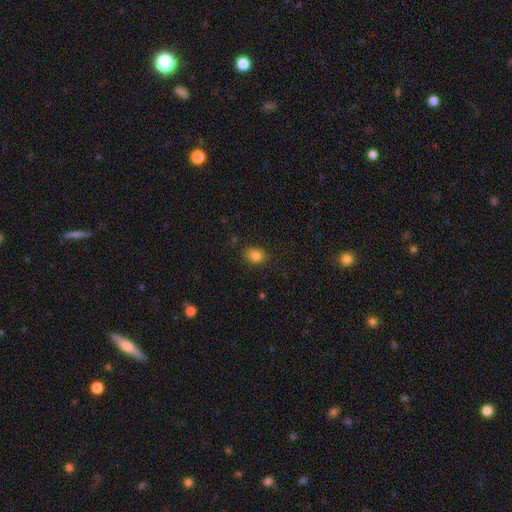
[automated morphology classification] Smooth or featured? Predicted: smooth (p=0.84). How rounded? Predicted: in between (p=0.65). Merging? Predicted: none (p=0.80).